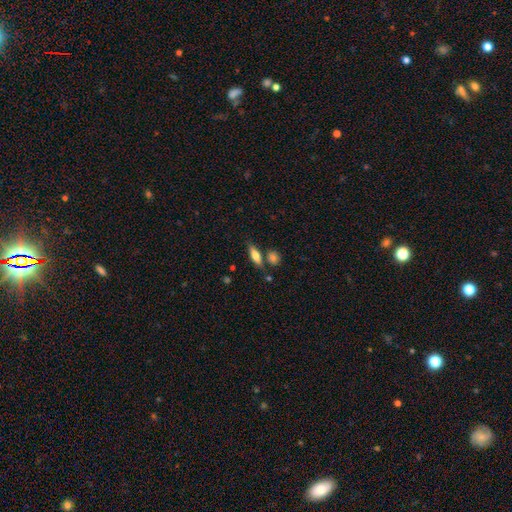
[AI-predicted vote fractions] This is likely a smooth galaxy (68%). How rounded: possibly in between (54%). Merging: likely none (72%).